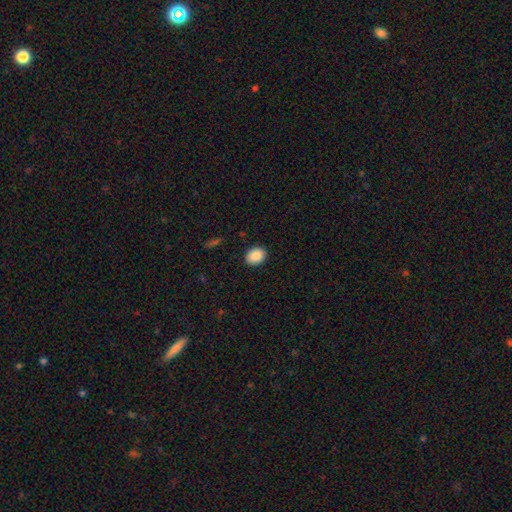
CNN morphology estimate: type=smooth (89%); roundness=in between (53%); merging=none (89%).